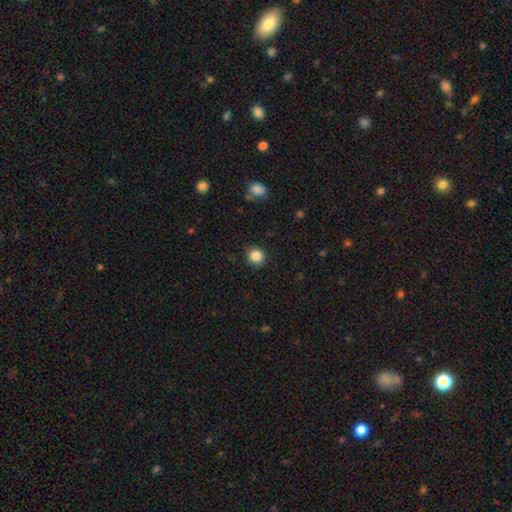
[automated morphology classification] This appears to be a smooth galaxy with no disk features (86%) that is round (91%). Merging: none (88%).